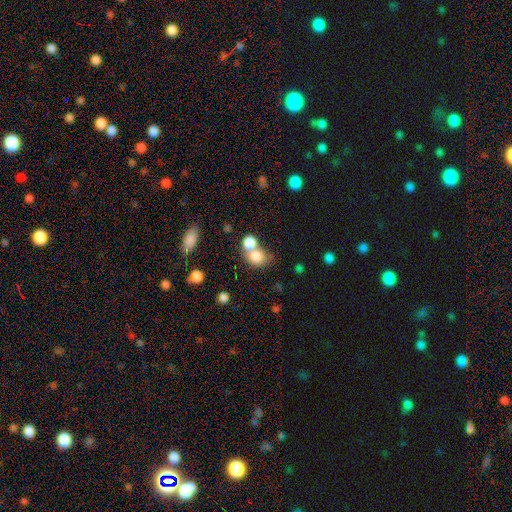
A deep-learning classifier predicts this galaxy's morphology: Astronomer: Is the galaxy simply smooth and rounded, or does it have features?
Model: smooth — 80%.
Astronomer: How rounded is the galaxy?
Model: round — 65%.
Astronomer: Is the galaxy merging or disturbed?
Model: merger — 48% (runner-up: none, 38%).